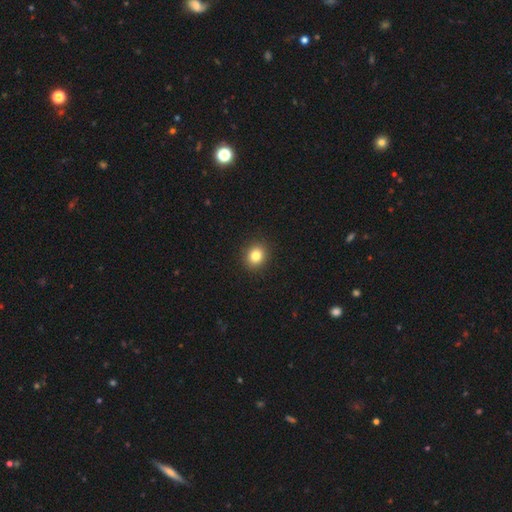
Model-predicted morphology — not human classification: A smooth galaxy with no disk features (83%) that is round (78%). Merging: none (92%).